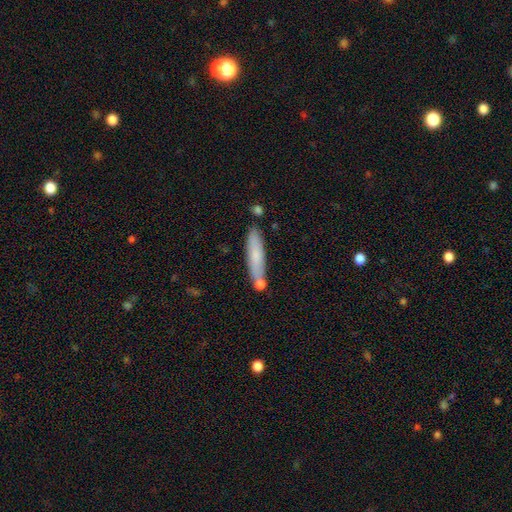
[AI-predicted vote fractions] Q: Smooth or featured?
A: smooth (71%); runner-up: featured or disk (22%)
Q: How rounded?
A: cigar-shaped (85%); runner-up: in between (14%)
Q: Merging?
A: none (77%); runner-up: minor disturbance (13%)